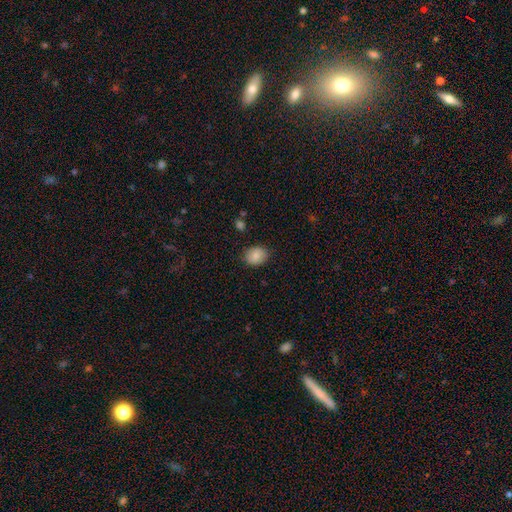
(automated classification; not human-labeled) This appears to be a smooth galaxy with no disk features (85%) that is round (51%). Merging: none (85%).